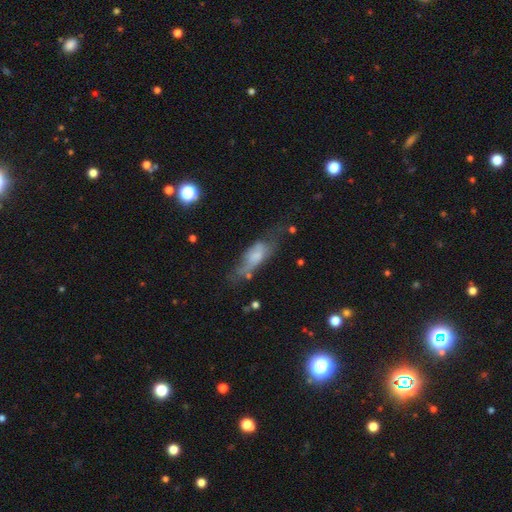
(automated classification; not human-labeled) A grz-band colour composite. It shows a smooth galaxy with no disk features (55%) that is in between round and cigar-shaped (64%). Merging: none (33%).